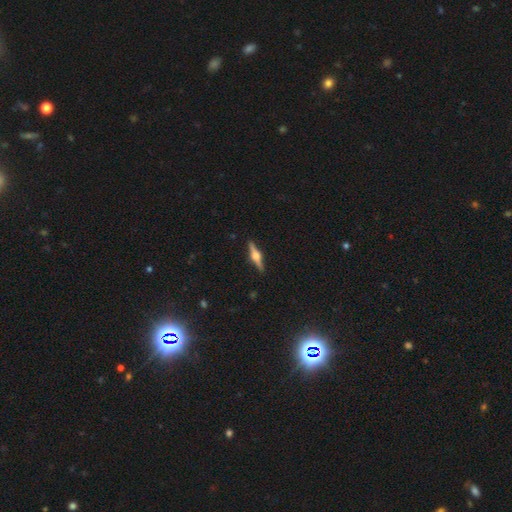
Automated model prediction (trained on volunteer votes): Smooth or featured: featured or disk — 79% (smooth — 15%)
Edge-on disk: yes — 98% (no — 2%)
Edge-on bulge: rounded — 95% (boxy — 4%)
Merging: none — 91% (minor disturbance — 6%)